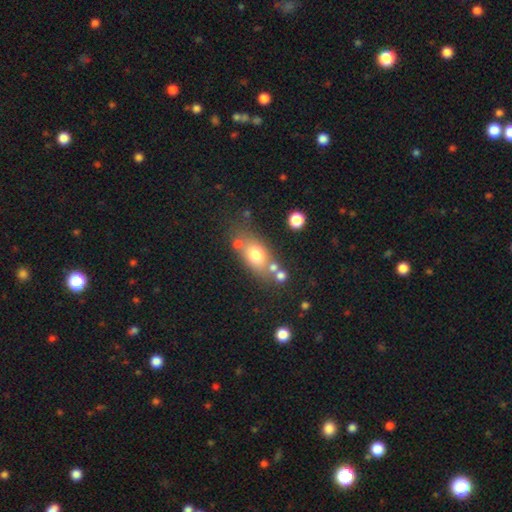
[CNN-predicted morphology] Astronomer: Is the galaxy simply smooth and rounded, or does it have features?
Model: smooth — 70%.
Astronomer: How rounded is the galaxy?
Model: in between — 69%.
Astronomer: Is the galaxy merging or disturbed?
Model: none — 64%.